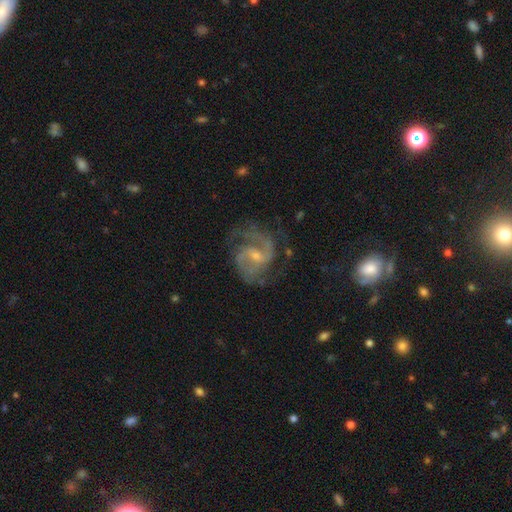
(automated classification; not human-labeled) This appears to be a featured or disk galaxy (90%) with a weak bar (55%), 2 (81%) medium (58%) spiral arms (97%) and a small central bulge (60%). Merging: none (69%).